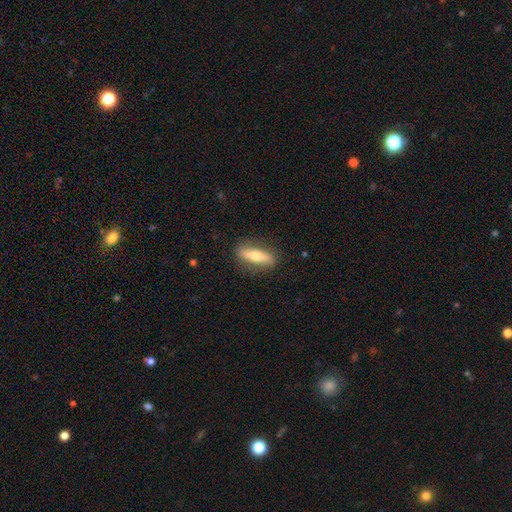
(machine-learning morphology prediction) Smooth or featured: smooth — 49% (featured or disk — 46%)
Merging: none — 84% (minor disturbance — 12%)